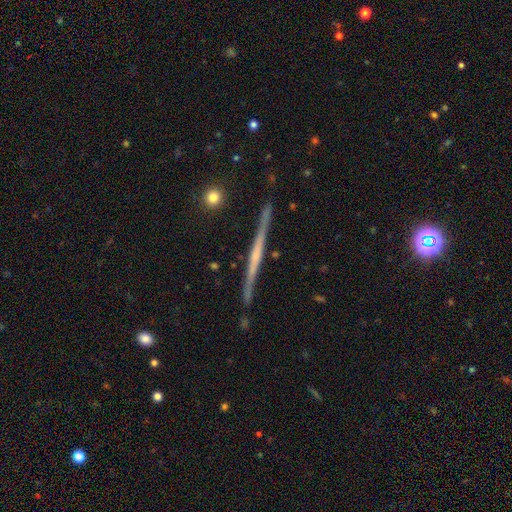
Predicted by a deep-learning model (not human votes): Overall: featured or disk (74%). Edge-on disk: yes (98%). Edge-on bulge: none (59%; rounded 28%). Merging: none (88%).